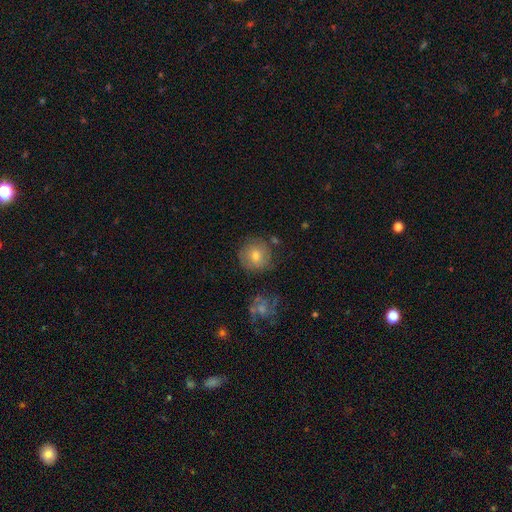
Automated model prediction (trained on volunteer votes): Smooth or featured?
  - smooth: 62% *
  - featured or disk: 26%
  - star or artifact: 12%
How rounded?
  - round: 92% *
  - in between: 7%
  - cigar-shaped: 1%
Merging?
  - none: 77% *
  - minor disturbance: 14%
  - major disturbance: 5%
  - merger: 4%